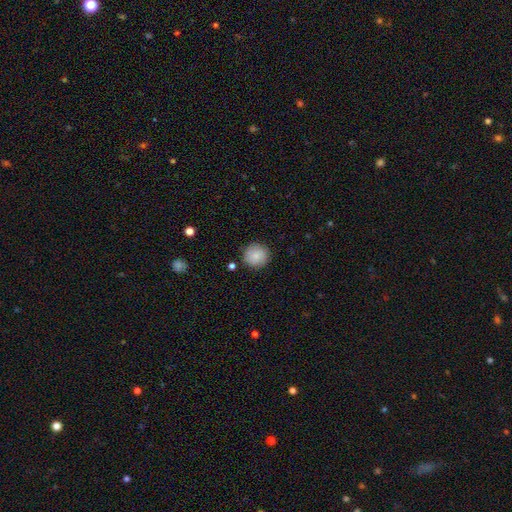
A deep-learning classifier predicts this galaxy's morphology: Smooth or featured?
  - smooth: 86% *
  - star or artifact: 8%
  - featured or disk: 7%
How rounded?
  - round: 94% *
  - in between: 5%
  - cigar-shaped: 1%
Merging?
  - none: 88% *
  - minor disturbance: 8%
  - major disturbance: 2%
  - merger: 2%